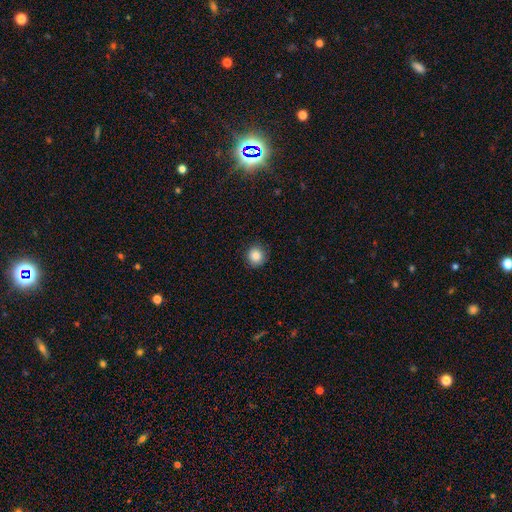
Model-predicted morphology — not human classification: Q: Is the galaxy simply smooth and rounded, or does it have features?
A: smooth — 86%.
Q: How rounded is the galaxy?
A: round — 91%.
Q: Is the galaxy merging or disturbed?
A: none — 89%.